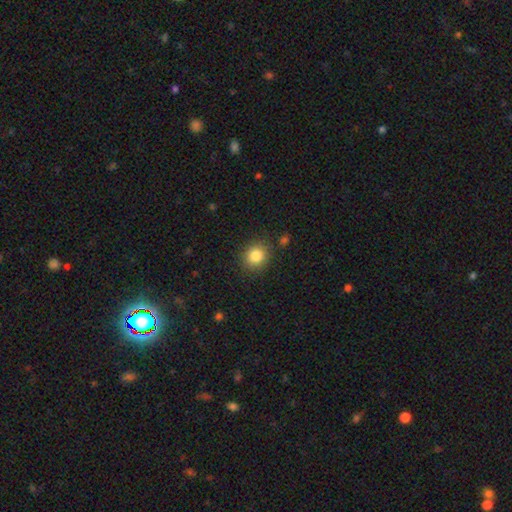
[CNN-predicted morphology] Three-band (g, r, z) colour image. It shows a smooth galaxy with no disk features (84%) that is round (80%). Merging: none (87%).